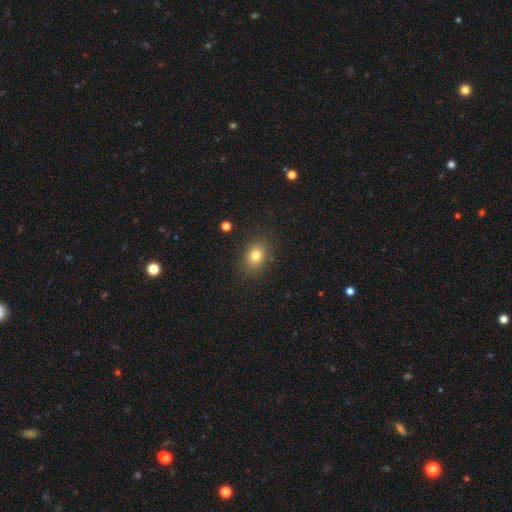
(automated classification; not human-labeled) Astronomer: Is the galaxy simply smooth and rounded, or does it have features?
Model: smooth — 79%.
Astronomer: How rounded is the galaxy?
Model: in between — 65%.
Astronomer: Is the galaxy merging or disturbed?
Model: none — 84%.